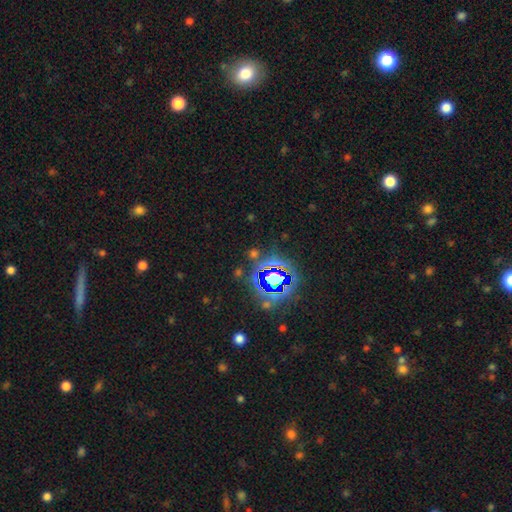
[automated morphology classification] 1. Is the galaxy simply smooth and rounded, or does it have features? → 76% star or artifact, 14% smooth, 9% featured or disk.